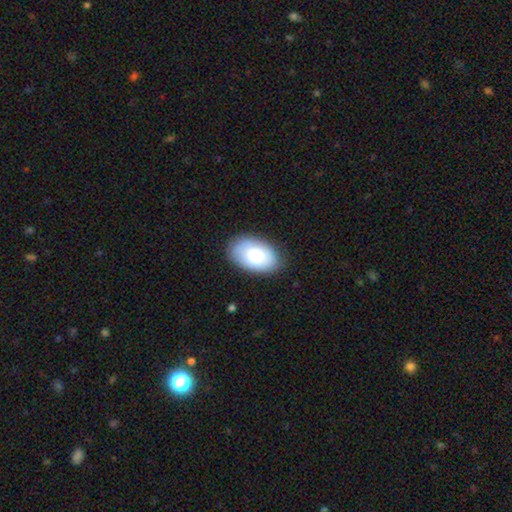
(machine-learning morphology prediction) A smooth galaxy with no disk features (78%) that is in between round and cigar-shaped (92%).

Vote fractions:
- Smooth or featured? smooth: 78% / featured or disk: 16% / star or artifact: 6%
- How rounded? in between: 92% / round: 7% / cigar-shaped: 1%
- Merging? none: 82% / minor disturbance: 13% / major disturbance: 3% / merger: 1%